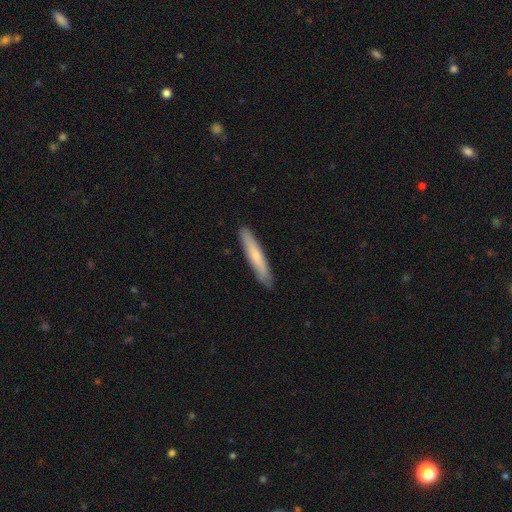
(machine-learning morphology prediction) smooth 67%, featured or disk 28%, star or artifact 5%. Down the decision tree: how rounded — cigar-shaped (93%); merging — none (89%).